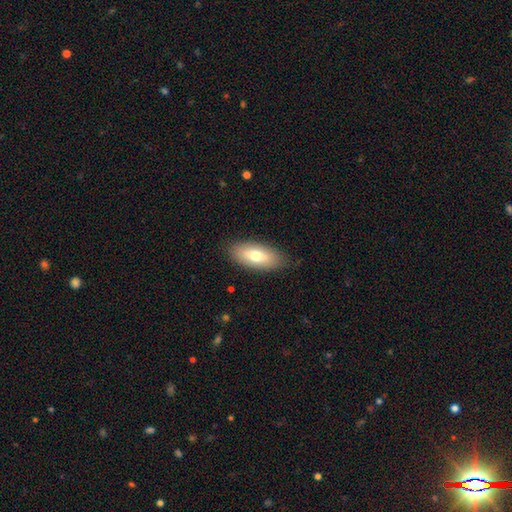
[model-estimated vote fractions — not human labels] smooth 71%, featured or disk 23%, star or artifact 7%. Down the decision tree: how rounded — in between (85%); merging — none (85%).